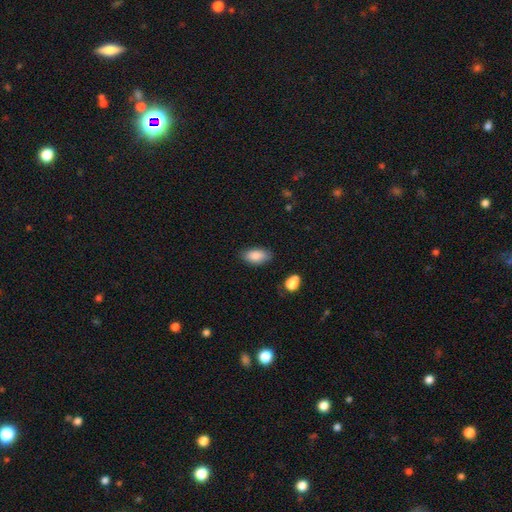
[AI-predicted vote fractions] A smooth galaxy with no disk features (86%) that is in between round and cigar-shaped (91%). Merging: none (80%).